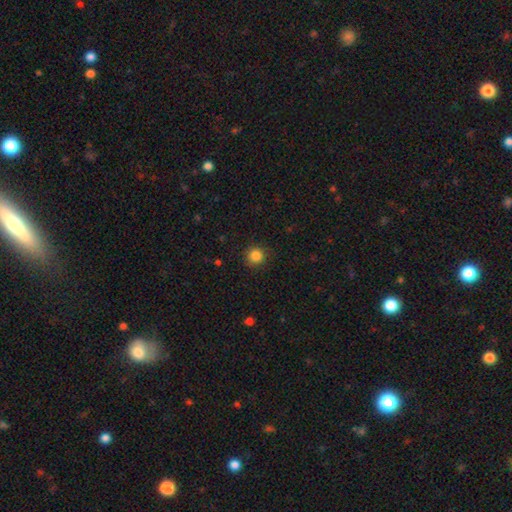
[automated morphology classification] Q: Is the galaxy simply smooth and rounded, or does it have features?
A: smooth — 85%.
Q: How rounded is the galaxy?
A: round — 94%.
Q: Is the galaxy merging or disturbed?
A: none — 89%.